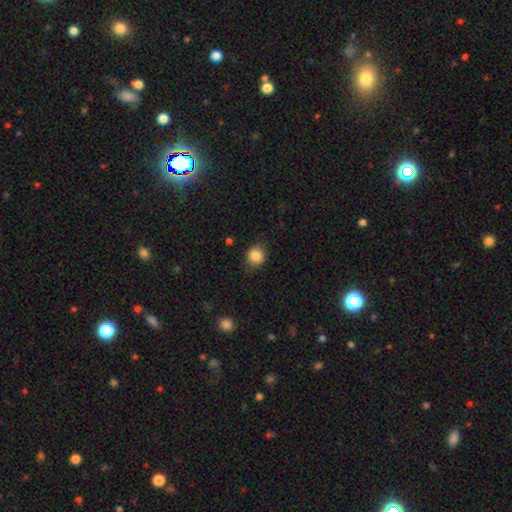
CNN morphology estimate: Smooth or featured: smooth — 86% (star or artifact — 10%)
How rounded: round — 77% (in between — 22%)
Merging: none — 81% (minor disturbance — 14%)